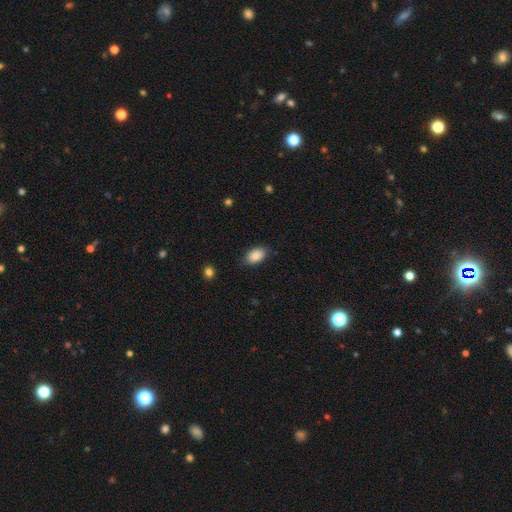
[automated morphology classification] smooth-or-featured: smooth: 88% | star or artifact: 7% | featured or disk: 5%
  how-rounded: in between: 90% | round: 8% | cigar-shaped: 2%
  merging: none: 80% | minor disturbance: 15% | major disturbance: 3% | merger: 1%